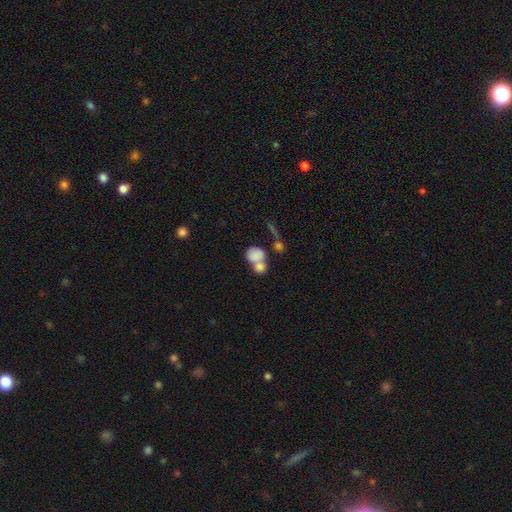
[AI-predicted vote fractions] smooth-or-featured: smooth: 77% | featured or disk: 15% | star or artifact: 9%
  how-rounded: round: 55% | in between: 44% | cigar-shaped: 2%
  merging: merger: 61% | none: 24% | minor disturbance: 8% | major disturbance: 7%